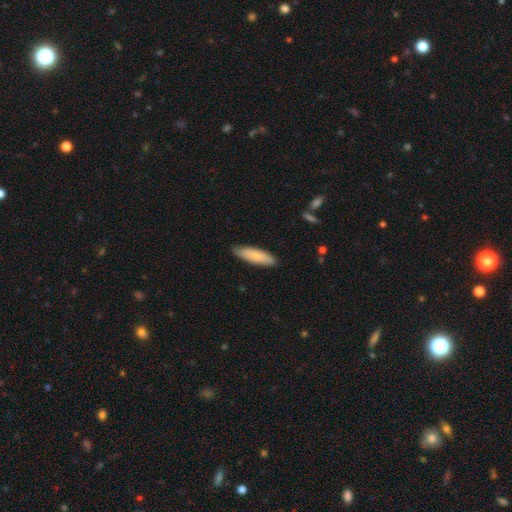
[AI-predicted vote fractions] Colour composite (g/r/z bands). It shows a smooth galaxy with no disk features (78%) that is cigar-shaped (61%). Merging: none (83%).